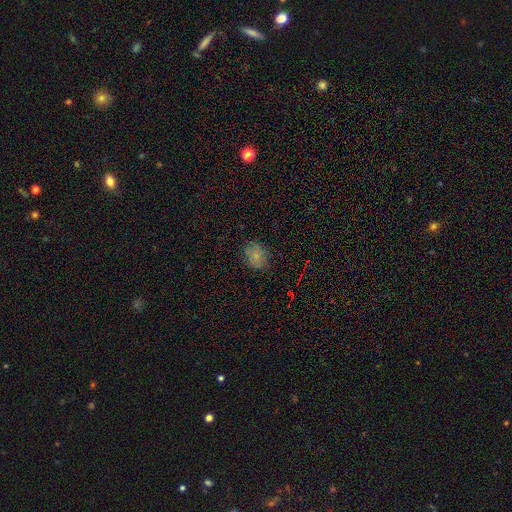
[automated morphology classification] Q: Smooth or featured?
A: smooth (77%); runner-up: star or artifact (12%)
Q: How rounded?
A: in between (59%); runner-up: round (40%)
Q: Merging?
A: none (78%); runner-up: minor disturbance (17%)